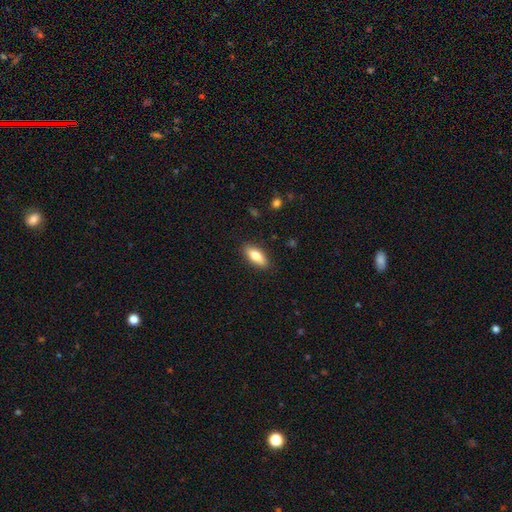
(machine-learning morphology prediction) smooth_or_featured: smooth (p=0.78) [alt: featured or disk p=0.16]
how_rounded: in between (p=0.80) [alt: cigar-shaped p=0.18]
merging: none (p=0.88) [alt: minor disturbance p=0.09]